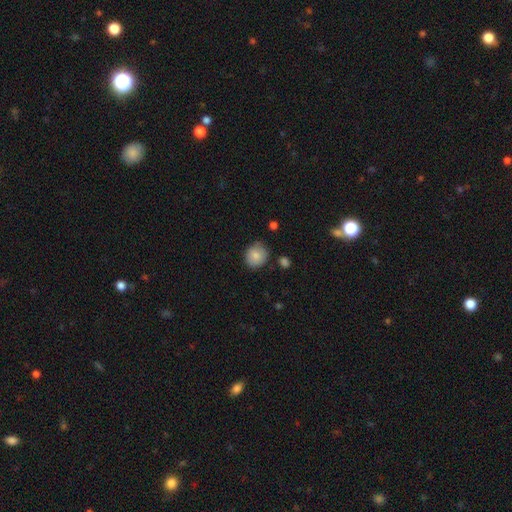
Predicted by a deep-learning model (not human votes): Smooth or featured? Predicted: smooth (p=0.83). How rounded? Predicted: round (p=0.77). Merging? Predicted: none (p=0.78).